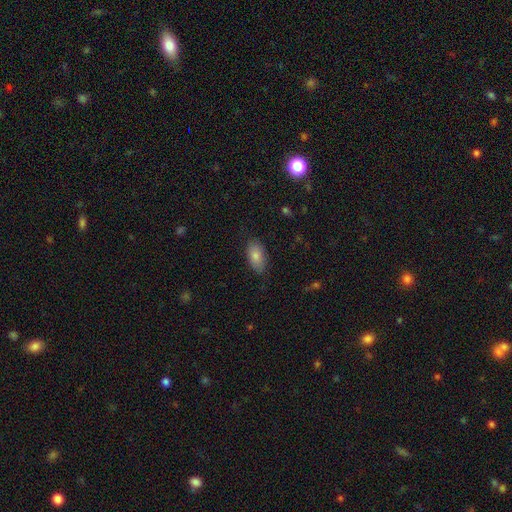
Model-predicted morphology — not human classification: Q: Smooth or featured?
A: smooth (83%); runner-up: featured or disk (10%)
Q: How rounded?
A: in between (93%); runner-up: round (4%)
Q: Merging?
A: none (81%); runner-up: minor disturbance (15%)